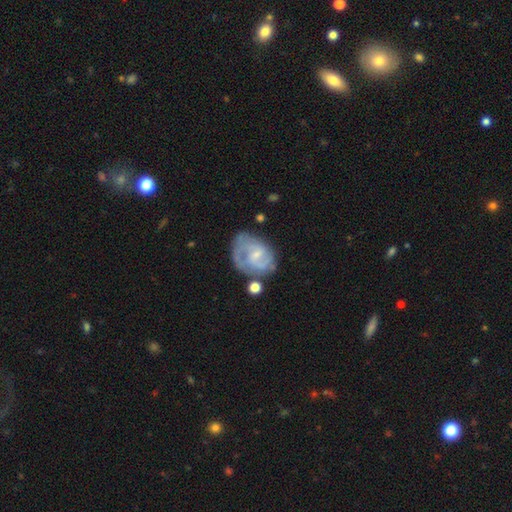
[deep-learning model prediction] A featured or disk galaxy (75%) with a weak bar (52%), 2 (50%) medium (44%) spiral arms (86%) and a small central bulge (65%). Merging: none (54%).